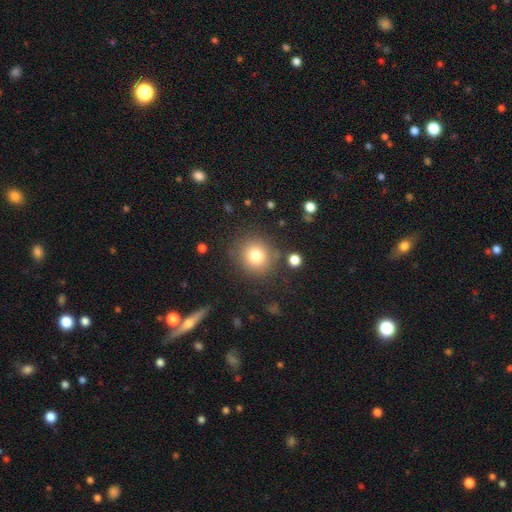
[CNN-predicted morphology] The model was most divided on "smooth or featured": smooth: 78%, star or artifact: 12%, featured or disk: 10%. More confident: how rounded — round (90%); merging — none (83%).